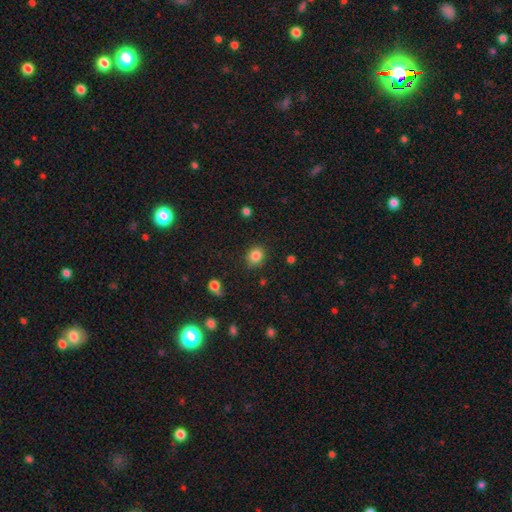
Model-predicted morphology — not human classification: smooth-or-featured: smooth: 84% | star or artifact: 11% | featured or disk: 5%
  how-rounded: round: 73% | in between: 26% | cigar-shaped: 1%
  merging: none: 83% | minor disturbance: 12% | major disturbance: 3% | merger: 2%